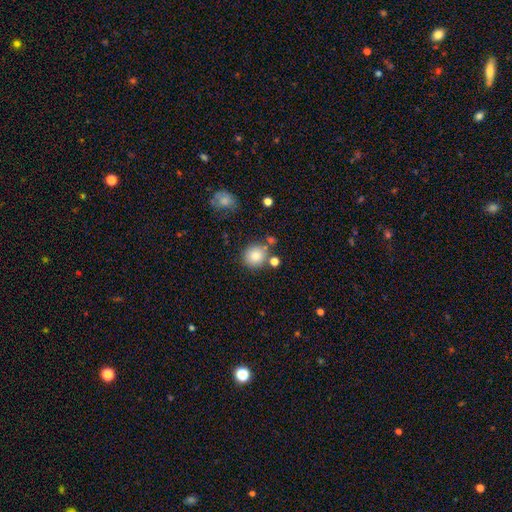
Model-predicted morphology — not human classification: Q: Smooth or featured?
A: smooth (84%); runner-up: star or artifact (10%)
Q: How rounded?
A: round (84%); runner-up: in between (15%)
Q: Merging?
A: none (74%); runner-up: minor disturbance (12%)